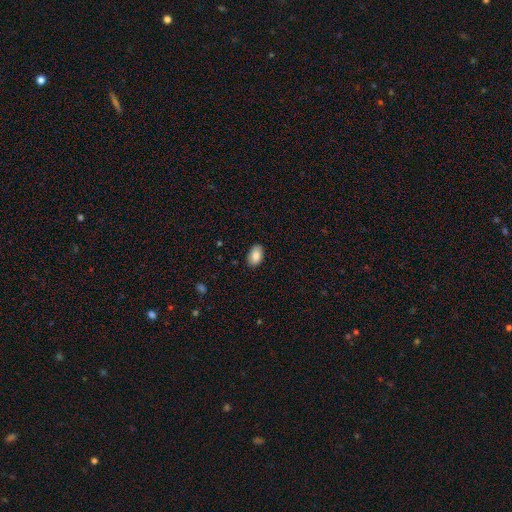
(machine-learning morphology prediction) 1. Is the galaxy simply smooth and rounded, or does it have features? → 87% smooth, 7% star or artifact, 6% featured or disk.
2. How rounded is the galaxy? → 93% in between, 6% round, 1% cigar-shaped.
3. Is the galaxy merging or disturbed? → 87% none, 10% minor disturbance, 2% major disturbance, 1% merger.